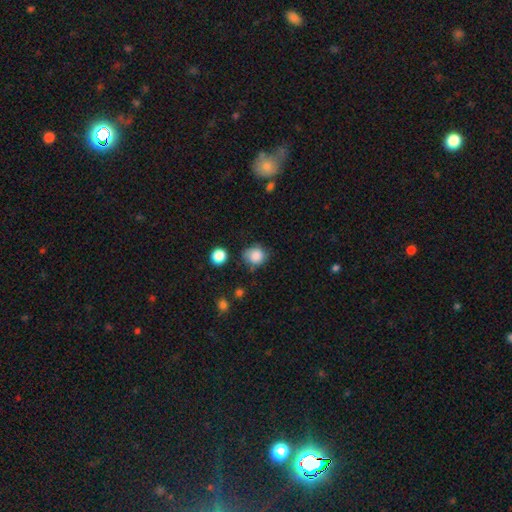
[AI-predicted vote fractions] Overall: smooth (85%). How rounded: round (80%). Merging: none (66%).